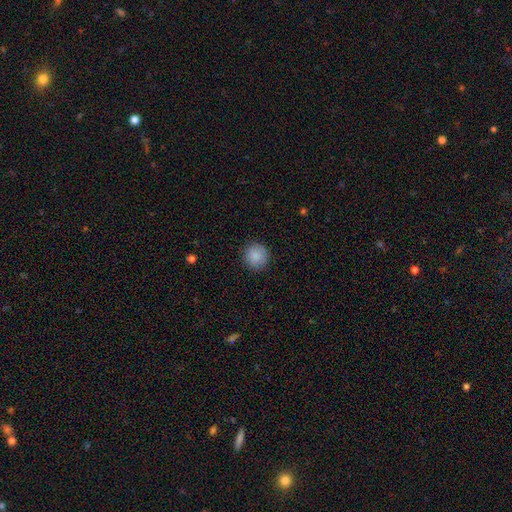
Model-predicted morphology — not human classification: Smooth or featured: smooth — 88% (star or artifact — 8%)
How rounded: round — 94% (in between — 5%)
Merging: none — 90% (minor disturbance — 7%)